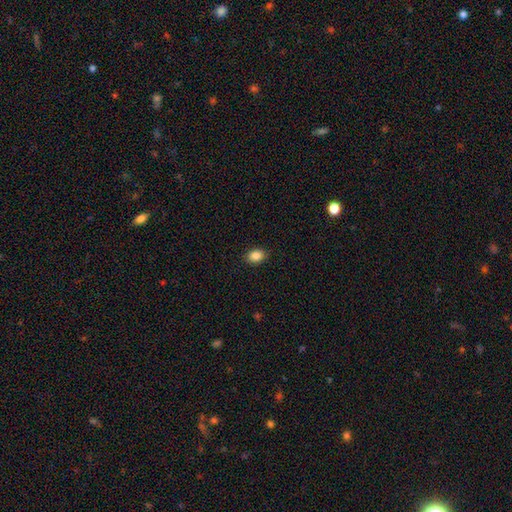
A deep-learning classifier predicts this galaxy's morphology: Smooth or featured?
  - smooth: 87% *
  - star or artifact: 9%
  - featured or disk: 4%
How rounded?
  - in between: 72% *
  - round: 27%
  - cigar-shaped: 1%
Merging?
  - none: 88% *
  - minor disturbance: 9%
  - major disturbance: 2%
  - merger: 1%